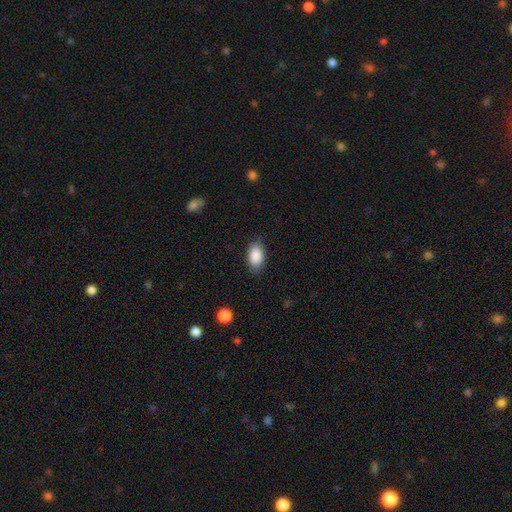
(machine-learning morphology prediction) Overall: smooth (89%). How rounded: in between (93%). Merging: none (86%).